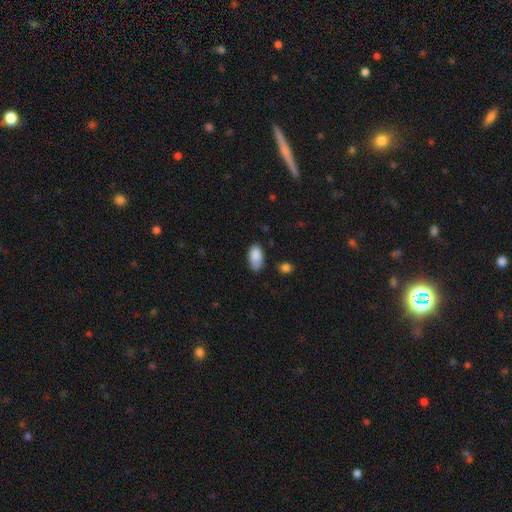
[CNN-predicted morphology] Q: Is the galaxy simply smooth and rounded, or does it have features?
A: smooth — 88%.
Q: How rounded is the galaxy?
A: in between — 94%.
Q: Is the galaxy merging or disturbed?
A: none — 69%.